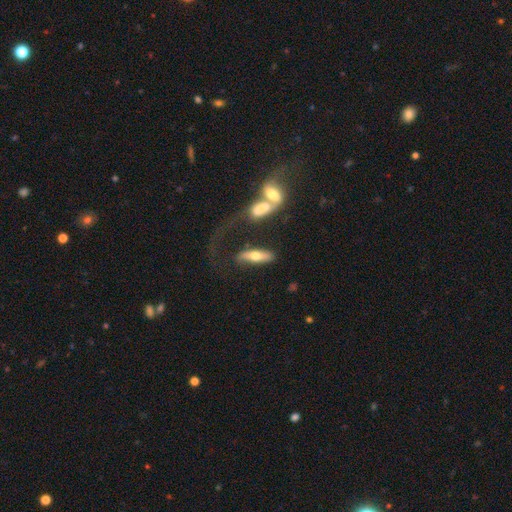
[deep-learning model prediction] Overall: smooth (50%; featured or disk 43%). Merging: none (48%; merger 20%).